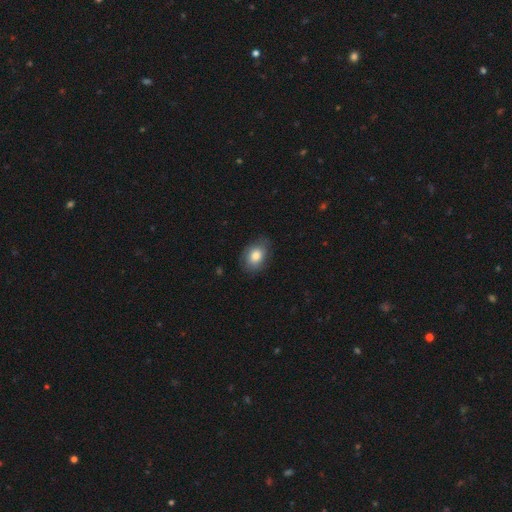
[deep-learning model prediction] Smooth or featured: smooth — 78% (featured or disk — 14%)
How rounded: in between — 72% (round — 27%)
Merging: none — 75% (minor disturbance — 19%)